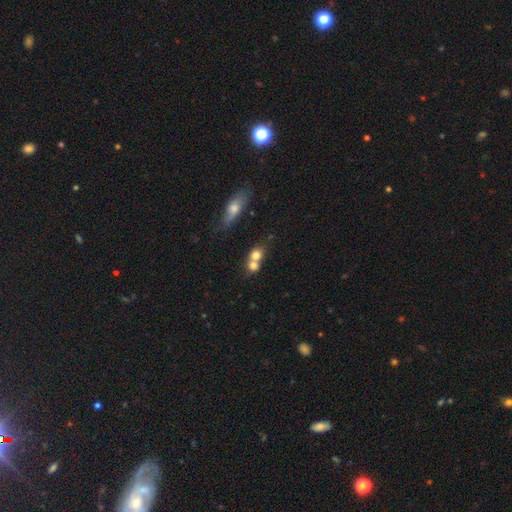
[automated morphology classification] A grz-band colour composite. It shows a smooth galaxy with no disk features (73%) that is round (68%). Merging: merger (60%).